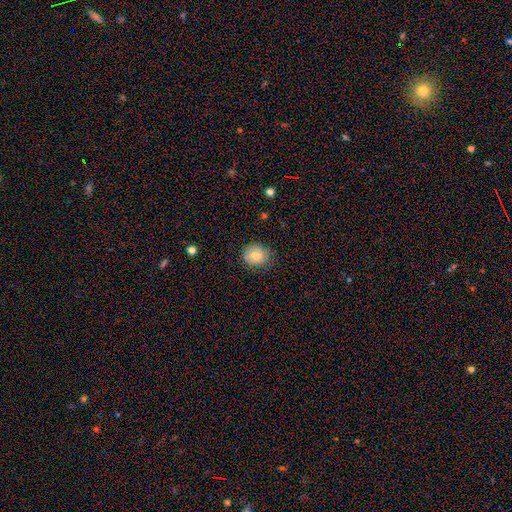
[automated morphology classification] Smooth or featured: smooth — 76% (featured or disk — 15%)
How rounded: round — 66% (in between — 33%)
Merging: none — 79% (minor disturbance — 16%)